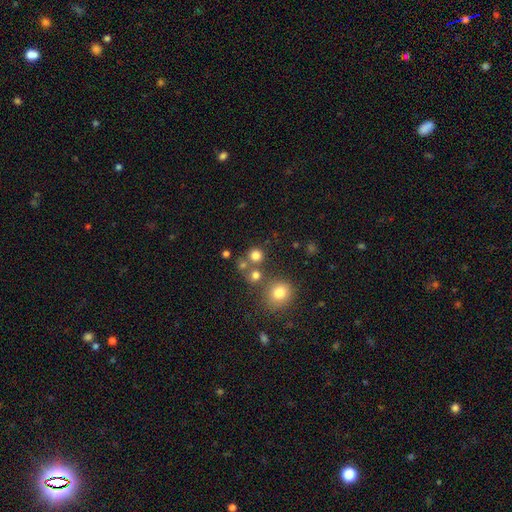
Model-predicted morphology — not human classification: A smooth galaxy with no disk features (77%) that is round (91%). Merging: none (71%).